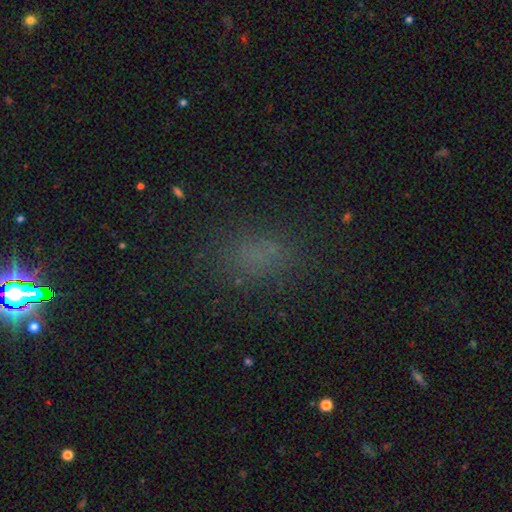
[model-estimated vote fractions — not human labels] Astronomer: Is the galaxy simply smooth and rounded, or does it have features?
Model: smooth — 61%.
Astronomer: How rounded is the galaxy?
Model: in between — 72%.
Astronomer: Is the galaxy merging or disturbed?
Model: none — 76%.